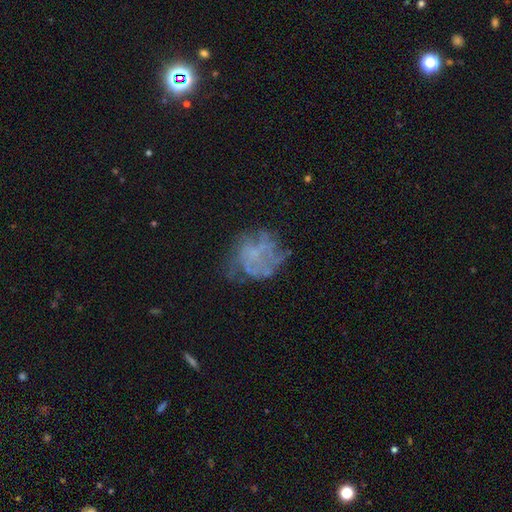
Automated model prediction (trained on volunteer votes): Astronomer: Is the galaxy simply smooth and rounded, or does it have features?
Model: featured or disk — 61%.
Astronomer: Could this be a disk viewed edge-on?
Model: no — 98%.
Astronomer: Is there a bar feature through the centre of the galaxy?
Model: no — 89%.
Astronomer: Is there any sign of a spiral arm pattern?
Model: no — 66%.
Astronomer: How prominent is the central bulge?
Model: none — 72%.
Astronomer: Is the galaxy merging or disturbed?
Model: none — 54%.